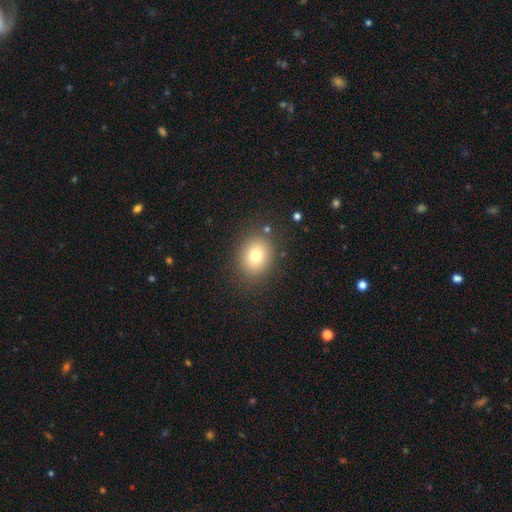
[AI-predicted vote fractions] A smooth galaxy with no disk features (77%) that is round (52%).

Vote fractions:
- Smooth or featured? smooth: 77% / star or artifact: 12% / featured or disk: 11%
- How rounded? round: 52% / in between: 47% / cigar-shaped: 1%
- Merging? none: 84% / minor disturbance: 10% / major disturbance: 4% / merger: 2%